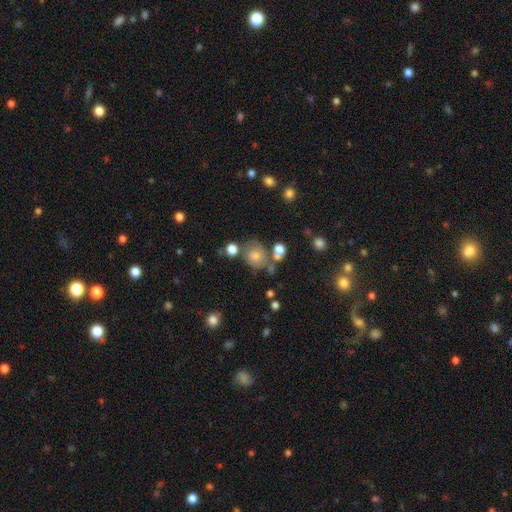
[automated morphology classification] Overall: smooth (61%). How rounded: round (76%). Merging: none (63%).